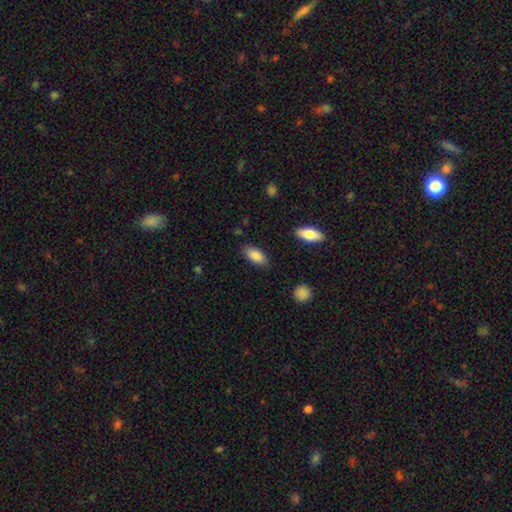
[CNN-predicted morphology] Smooth or featured? smooth (87%)
How rounded? in between (90%)
Merging? none (84%)